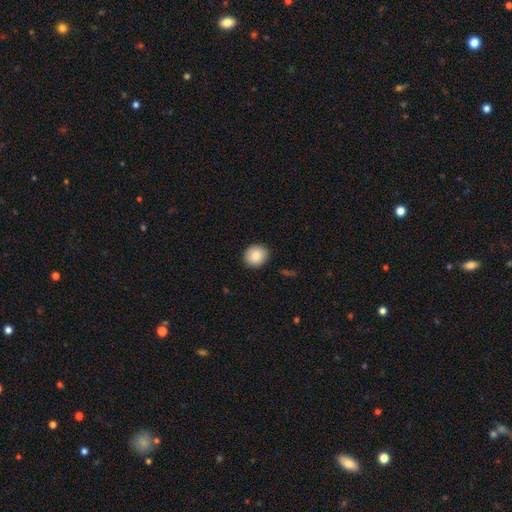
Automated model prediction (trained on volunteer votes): This appears to be a smooth galaxy with no disk features (86%) that is round (80%). Merging: none (89%).